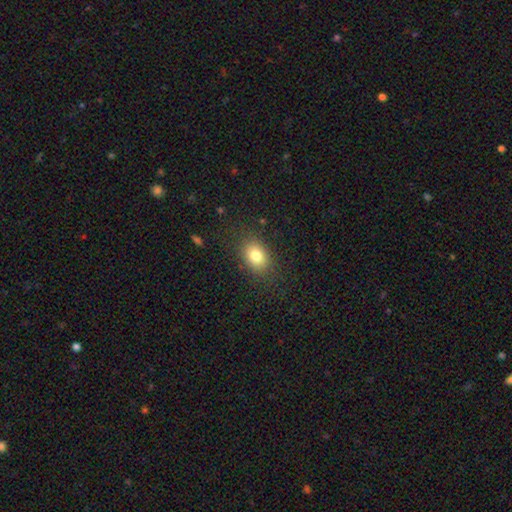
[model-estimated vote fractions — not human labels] A smooth galaxy with no disk features (80%) that is in between round and cigar-shaped (70%).

Vote fractions:
- Smooth or featured? smooth: 80% / star or artifact: 10% / featured or disk: 9%
- How rounded? in between: 70% / round: 29% / cigar-shaped: 1%
- Merging? none: 84% / minor disturbance: 11% / major disturbance: 4% / merger: 1%